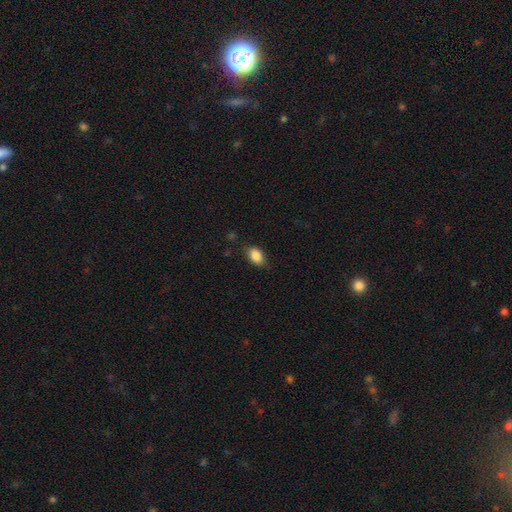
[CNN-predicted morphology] Smooth or featured? Predicted: smooth (p=0.87). How rounded? Predicted: in between (p=0.87). Merging? Predicted: none (p=0.78).